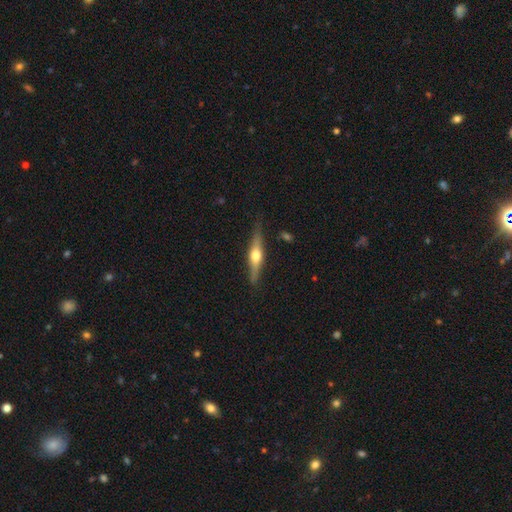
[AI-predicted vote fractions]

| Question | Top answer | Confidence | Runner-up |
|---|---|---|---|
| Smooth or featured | featured or disk | 68% | smooth (27%) |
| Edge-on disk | yes | 96% | no (4%) |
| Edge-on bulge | rounded | 94% | boxy (3%) |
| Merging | none | 85% | minor disturbance (11%) |